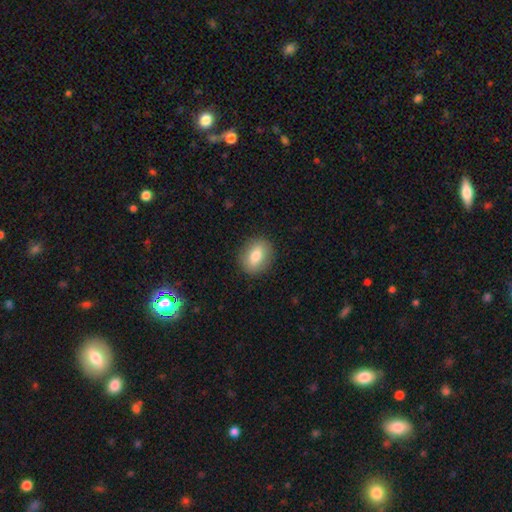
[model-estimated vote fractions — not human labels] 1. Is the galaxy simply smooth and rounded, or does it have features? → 77% smooth, 15% featured or disk, 8% star or artifact.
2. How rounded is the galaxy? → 58% in between, 40% round, 2% cigar-shaped.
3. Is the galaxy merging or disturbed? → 88% none, 8% minor disturbance, 3% major disturbance, 1% merger.